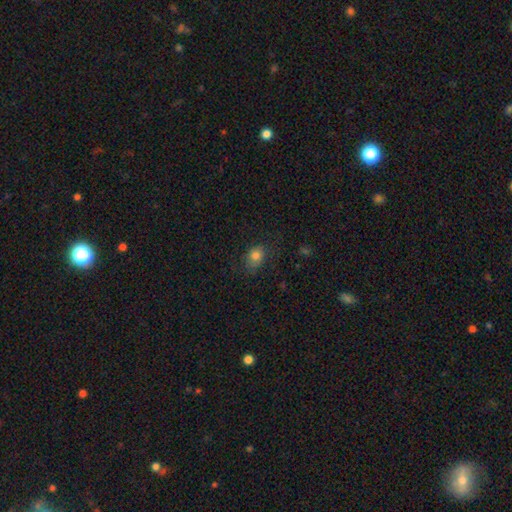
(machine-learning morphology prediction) Smooth or featured: smooth — 80% (star or artifact — 11%)
How rounded: in between — 57% (round — 42%)
Merging: none — 68% (minor disturbance — 22%)